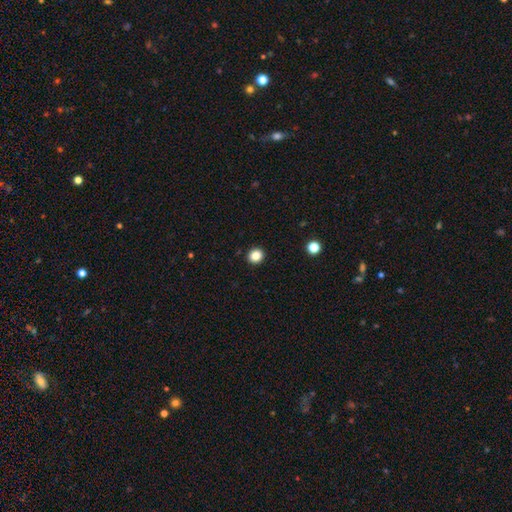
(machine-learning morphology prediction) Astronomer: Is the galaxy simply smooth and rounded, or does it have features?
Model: smooth — 85%.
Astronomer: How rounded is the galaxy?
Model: round — 84%.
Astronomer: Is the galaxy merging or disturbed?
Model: none — 93%.